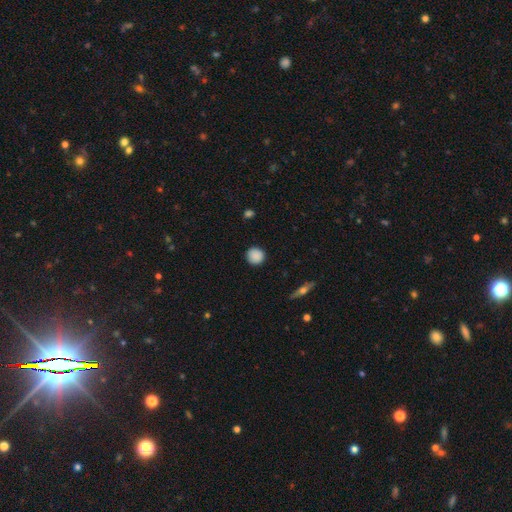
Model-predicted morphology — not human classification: Smooth or featured?
  - smooth: 88% *
  - star or artifact: 8%
  - featured or disk: 4%
How rounded?
  - round: 94% *
  - in between: 5%
  - cigar-shaped: 1%
Merging?
  - none: 91% *
  - minor disturbance: 7%
  - major disturbance: 2%
  - merger: 1%